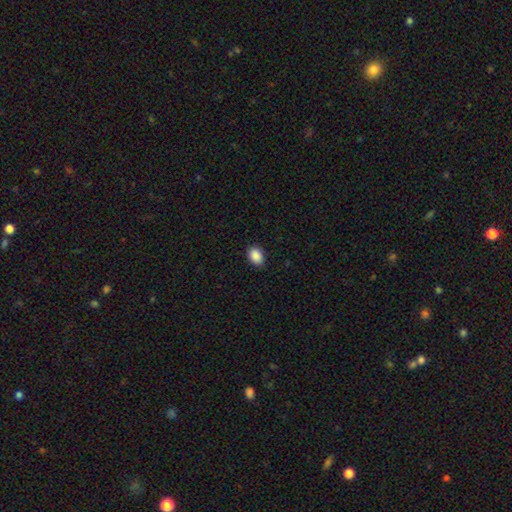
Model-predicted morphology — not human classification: smooth_or_featured: smooth (p=0.90) [alt: star or artifact p=0.08]
how_rounded: in between (p=0.79) [alt: round p=0.20]
merging: none (p=0.89) [alt: minor disturbance p=0.08]